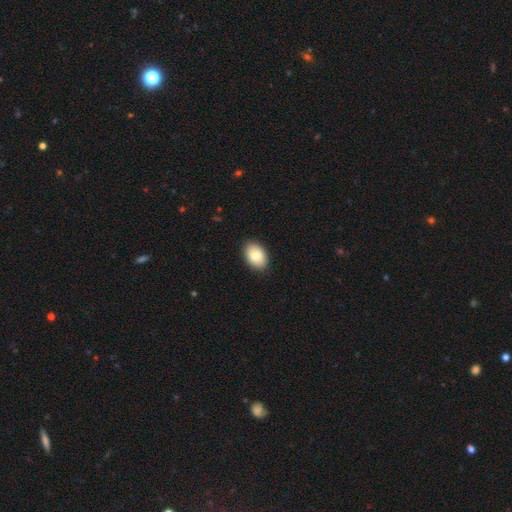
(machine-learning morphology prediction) smooth_or_featured: smooth (p=0.84) [alt: featured or disk p=0.09]
how_rounded: in between (p=0.87) [alt: round p=0.12]
merging: none (p=0.90) [alt: minor disturbance p=0.07]